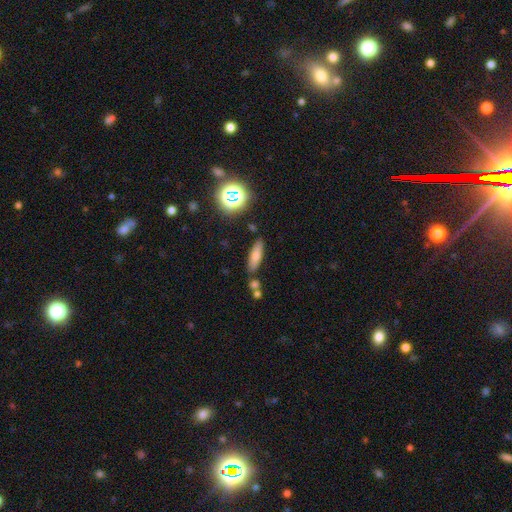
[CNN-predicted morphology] Smooth or featured? Predicted: smooth (p=0.69). How rounded? Predicted: cigar-shaped (p=0.54). Merging? Predicted: none (p=0.79).